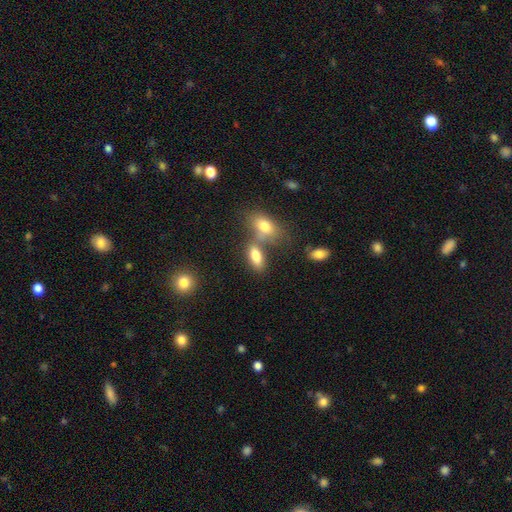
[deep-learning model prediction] This is likely a smooth galaxy (80%). How rounded: clearly in between (87%). Merging: possibly none (47%).